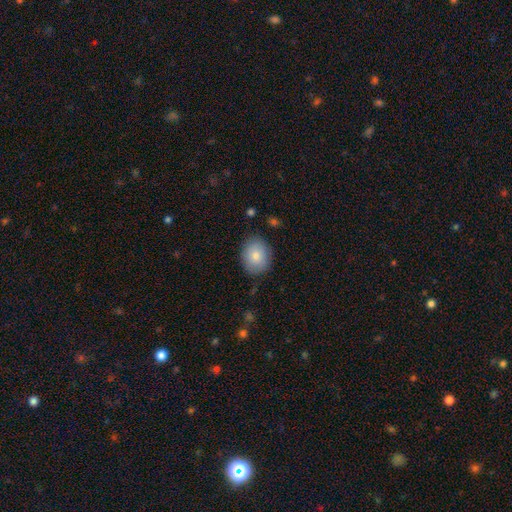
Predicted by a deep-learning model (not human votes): Morphology: type=smooth (80%); roundness=round (53%); merging=none (84%).